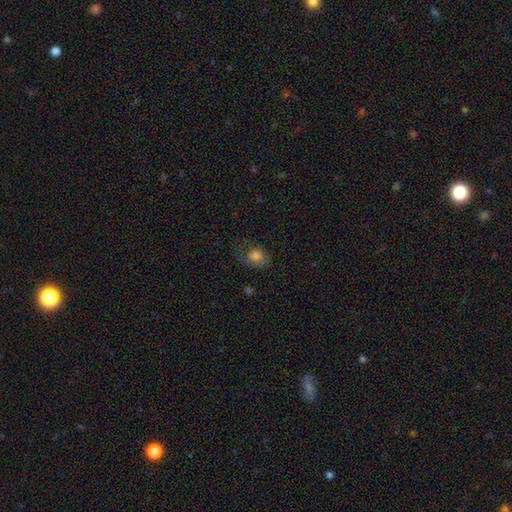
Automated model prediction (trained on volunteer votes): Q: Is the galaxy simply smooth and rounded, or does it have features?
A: smooth — 68%.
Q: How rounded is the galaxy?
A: in between — 50%.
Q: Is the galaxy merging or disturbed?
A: none — 39%.